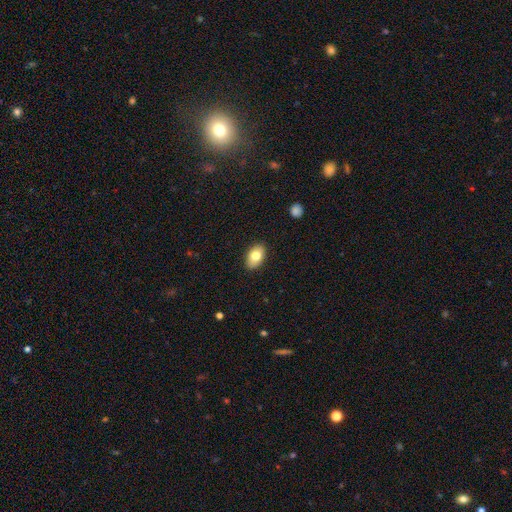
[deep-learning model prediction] This appears to be a smooth galaxy with no disk features (79%) that is in between round and cigar-shaped (90%). Merging: none (88%).